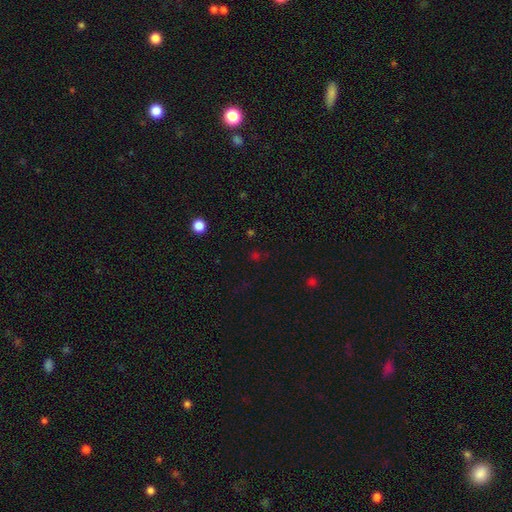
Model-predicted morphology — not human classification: Q: Smooth or featured?
A: star or artifact (49%); runner-up: smooth (45%)